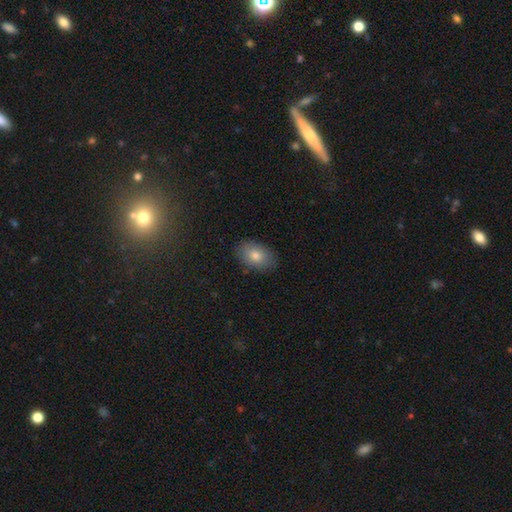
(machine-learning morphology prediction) A smooth galaxy with no disk features (79%) that is in between round and cigar-shaped (86%). Merging: none (85%).